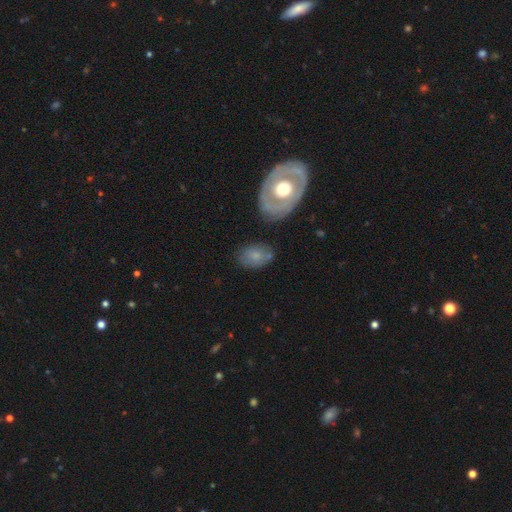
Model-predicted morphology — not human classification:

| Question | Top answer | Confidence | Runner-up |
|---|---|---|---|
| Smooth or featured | smooth | 66% | featured or disk (26%) |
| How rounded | in between | 86% | round (13%) |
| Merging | none | 70% | minor disturbance (19%) |